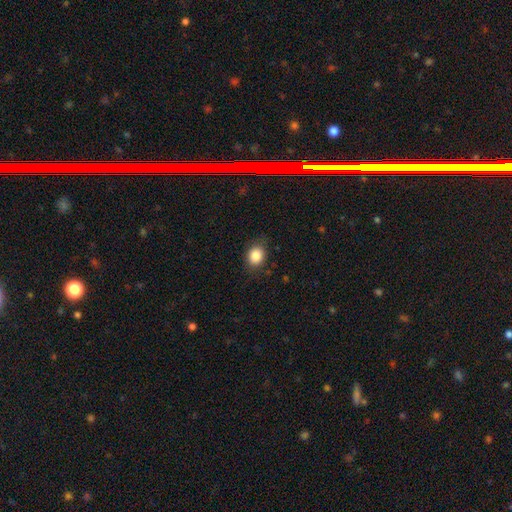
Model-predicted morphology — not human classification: Smooth or featured? Predicted: smooth (p=0.86). How rounded? Predicted: round (p=0.54). Merging? Predicted: none (p=0.80).